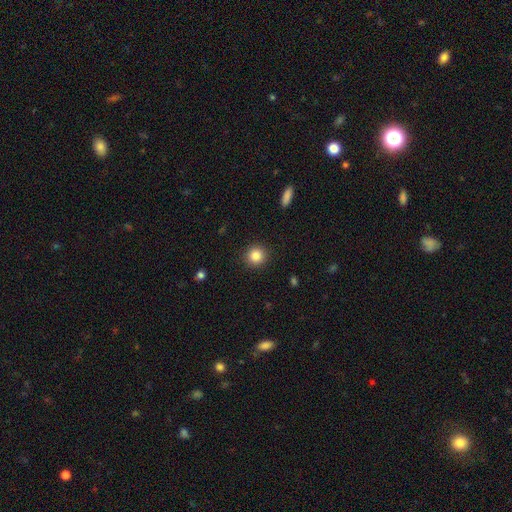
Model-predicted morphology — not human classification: smooth 85%, star or artifact 10%, featured or disk 5%. Down the decision tree: how rounded — round (93%); merging — none (91%).